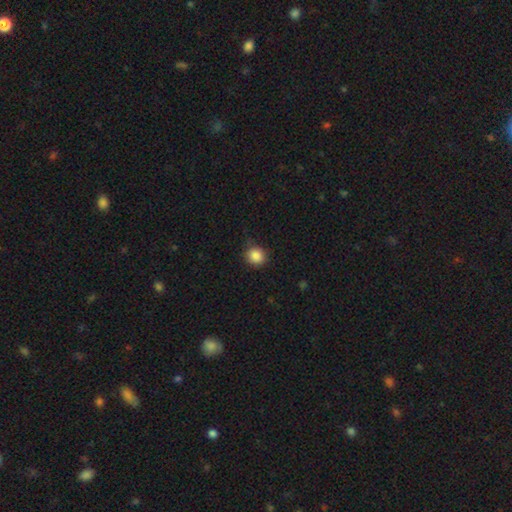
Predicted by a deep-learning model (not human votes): This is clearly a smooth galaxy (86%). How rounded: clearly round (85%). Merging: clearly none (81%).